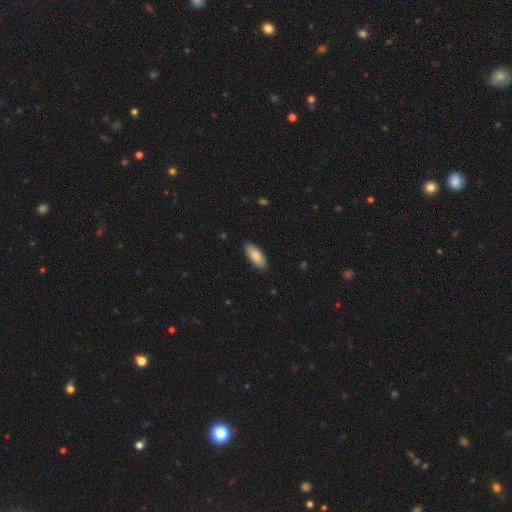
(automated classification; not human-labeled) Q: Smooth or featured?
A: smooth (86%); runner-up: featured or disk (9%)
Q: How rounded?
A: in between (79%); runner-up: cigar-shaped (20%)
Q: Merging?
A: none (88%); runner-up: minor disturbance (10%)